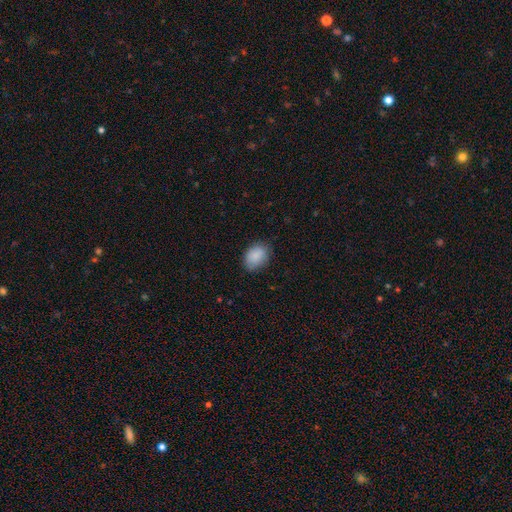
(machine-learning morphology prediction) Smooth or featured? Predicted: smooth (p=0.88). How rounded? Predicted: in between (p=0.70). Merging? Predicted: none (p=0.77).